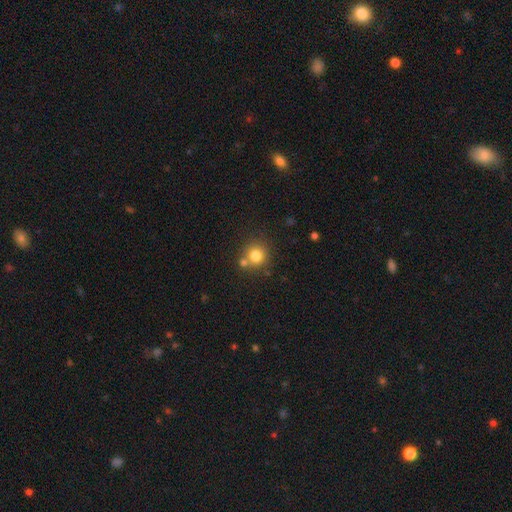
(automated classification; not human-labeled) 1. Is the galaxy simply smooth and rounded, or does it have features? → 80% smooth, 12% star or artifact, 8% featured or disk.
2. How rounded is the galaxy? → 91% round, 8% in between, 1% cigar-shaped.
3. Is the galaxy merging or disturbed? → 68% none, 20% merger, 9% minor disturbance, 3% major disturbance.